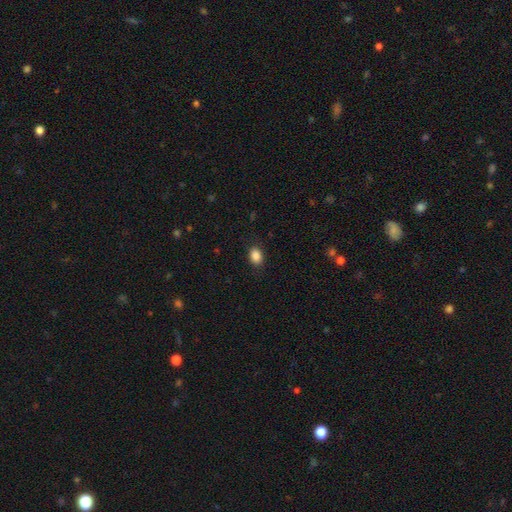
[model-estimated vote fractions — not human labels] This is clearly a smooth galaxy (87%). How rounded: likely in between (74%). Merging: clearly none (86%).